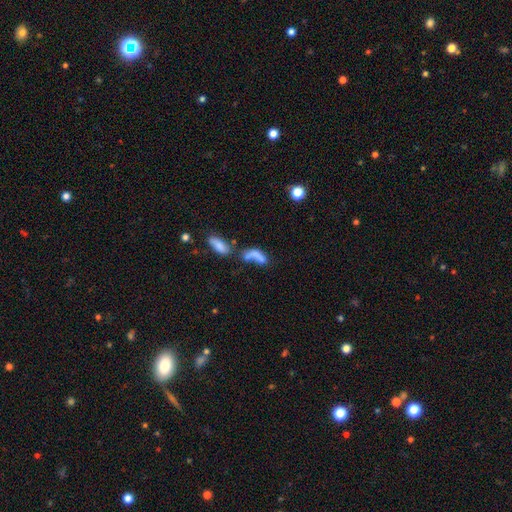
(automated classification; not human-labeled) This is likely a smooth galaxy (65%). How rounded: likely in between (69%). Merging: possibly merger (50%).